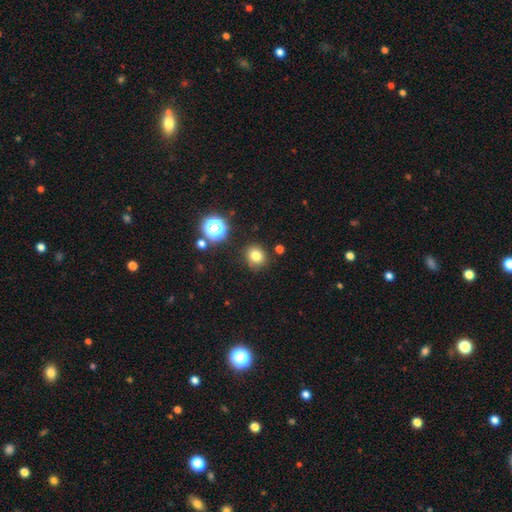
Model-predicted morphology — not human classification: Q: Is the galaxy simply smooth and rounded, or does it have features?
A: smooth — 78%.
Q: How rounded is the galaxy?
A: round — 77%.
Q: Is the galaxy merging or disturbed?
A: none — 84%.